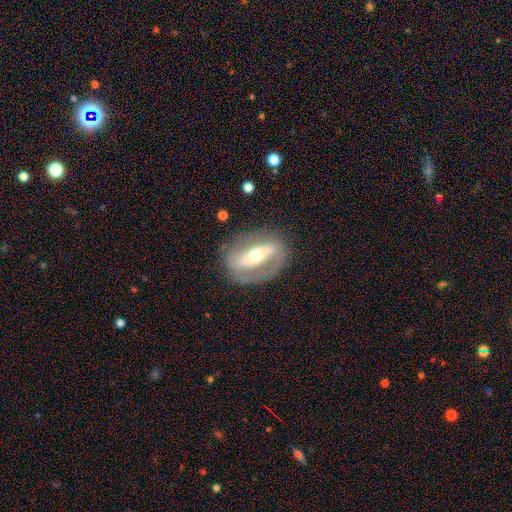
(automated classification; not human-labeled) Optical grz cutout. It shows a featured or disk galaxy (77%) with a strong bar (66%), spiral arms (64%) and a moderate central bulge (57%). Merging: none (76%).